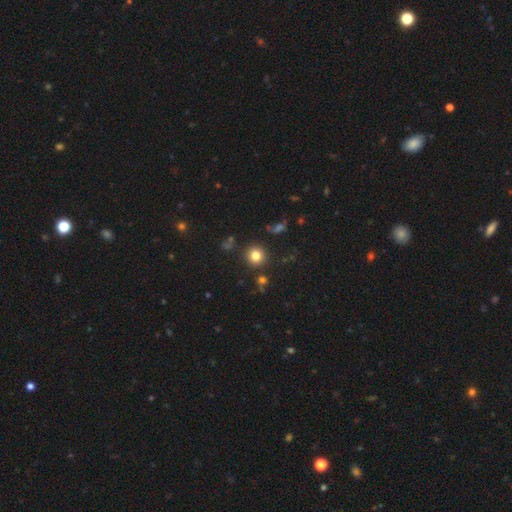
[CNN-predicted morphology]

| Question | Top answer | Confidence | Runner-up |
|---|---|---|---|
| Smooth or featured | smooth | 80% | star or artifact (13%) |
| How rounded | round | 93% | in between (6%) |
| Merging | none | 88% | minor disturbance (6%) |